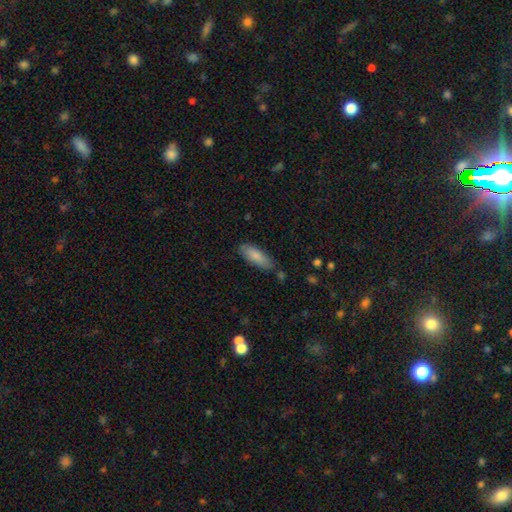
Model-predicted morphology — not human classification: type=smooth (85%); roundness=in between (60%); merging=none (77%).